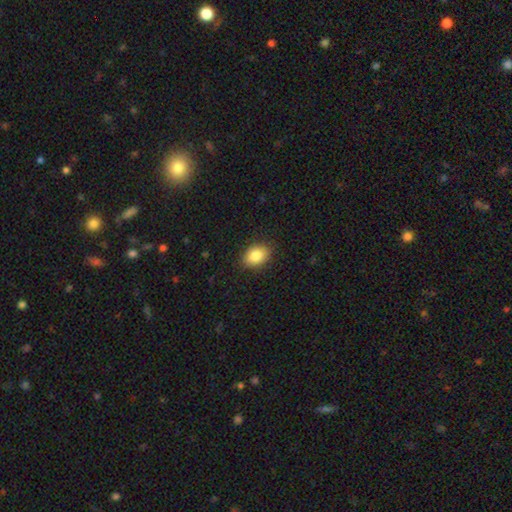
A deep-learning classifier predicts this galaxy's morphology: Smooth or featured?
  - smooth: 85% *
  - star or artifact: 8%
  - featured or disk: 7%
How rounded?
  - in between: 73% *
  - round: 26%
  - cigar-shaped: 1%
Merging?
  - none: 86% *
  - minor disturbance: 11%
  - major disturbance: 2%
  - merger: 1%